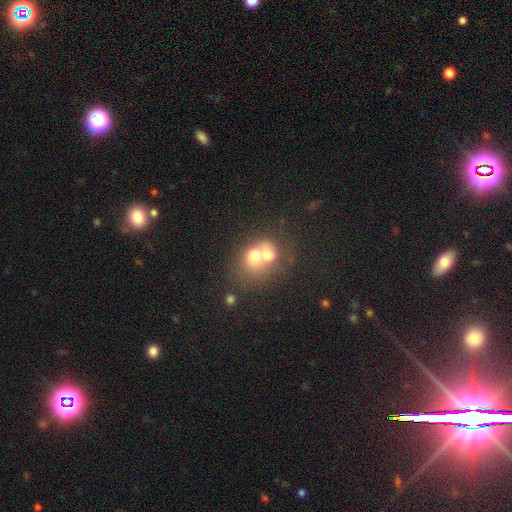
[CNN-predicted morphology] Smooth or featured: smooth — 61% (featured or disk — 28%)
How rounded: round — 60% (in between — 39%)
Merging: merger — 72% (none — 17%)